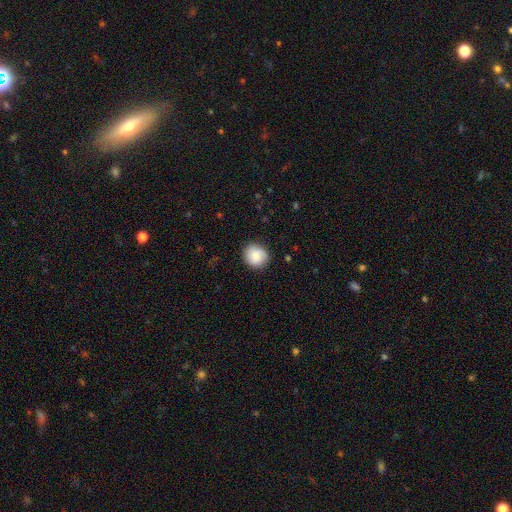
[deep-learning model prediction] The model was most divided on "smooth or featured": smooth: 82%, featured or disk: 11%, star or artifact: 8%. More confident: how rounded — round (87%); merging — none (86%).